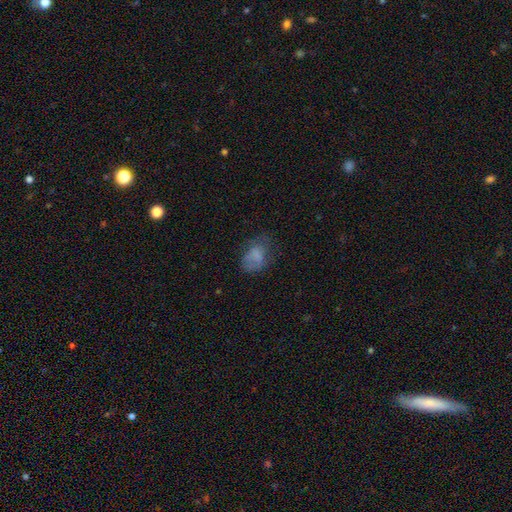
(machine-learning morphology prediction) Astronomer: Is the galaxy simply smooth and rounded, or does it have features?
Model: smooth — 68%.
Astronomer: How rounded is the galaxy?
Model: in between — 79%.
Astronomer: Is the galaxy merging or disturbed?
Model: none — 44% (runner-up: minor disturbance, 29%).